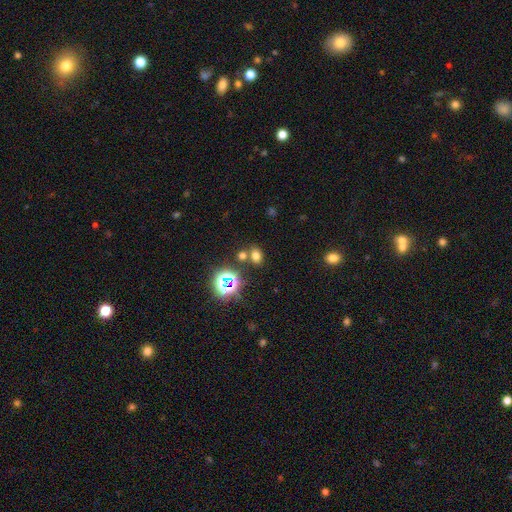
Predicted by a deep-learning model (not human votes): Smooth or featured: smooth — 65% (star or artifact — 27%)
How rounded: in between — 63% (round — 36%)
Merging: none — 69% (merger — 18%)